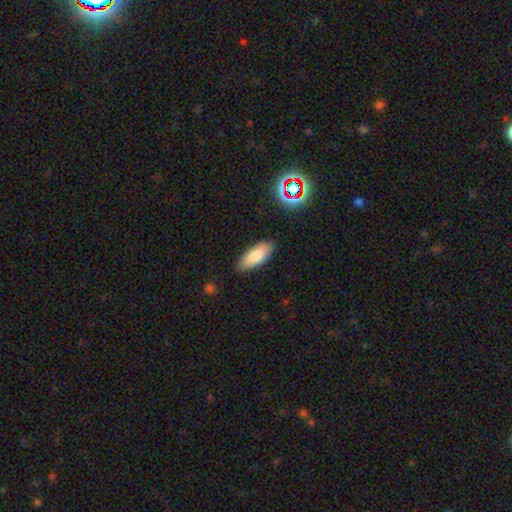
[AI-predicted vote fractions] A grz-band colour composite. It shows a smooth galaxy with no disk features (81%) that is in between round and cigar-shaped (81%). Merging: none (84%).